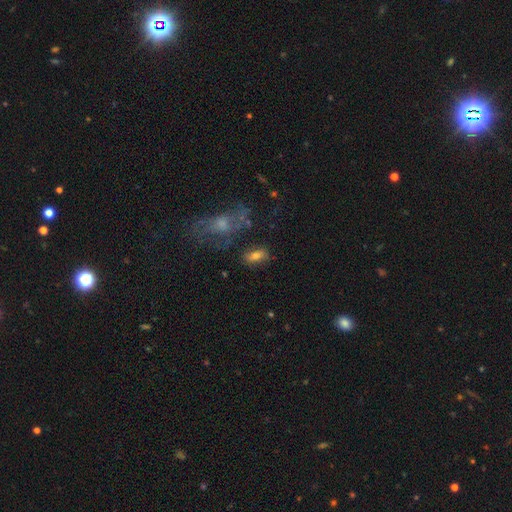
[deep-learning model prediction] Q: Smooth or featured?
A: smooth (68%); runner-up: featured or disk (20%)
Q: How rounded?
A: in between (82%); runner-up: round (9%)
Q: Merging?
A: none (75%); runner-up: minor disturbance (15%)